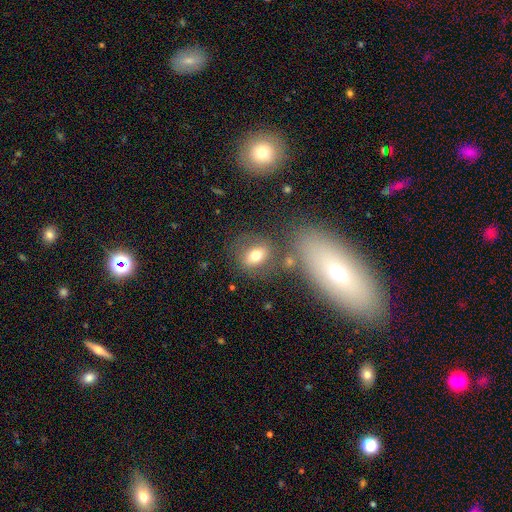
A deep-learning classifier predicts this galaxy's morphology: Overall: smooth (69%). How rounded: in between (63%; round 35%). Merging: none (66%).